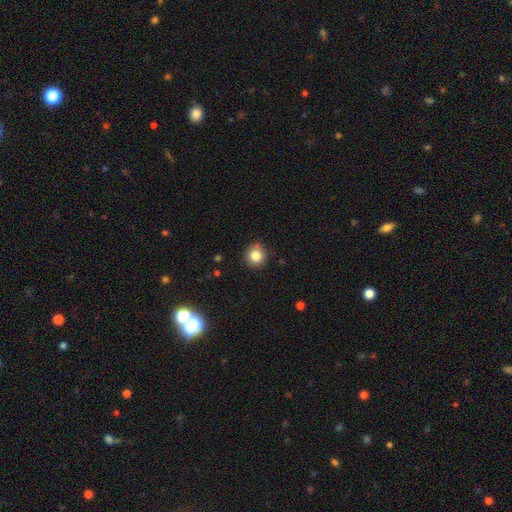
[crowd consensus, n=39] This is clearly a smooth galaxy (92%). How rounded: clearly round (94%). Merging: clearly none (84%).